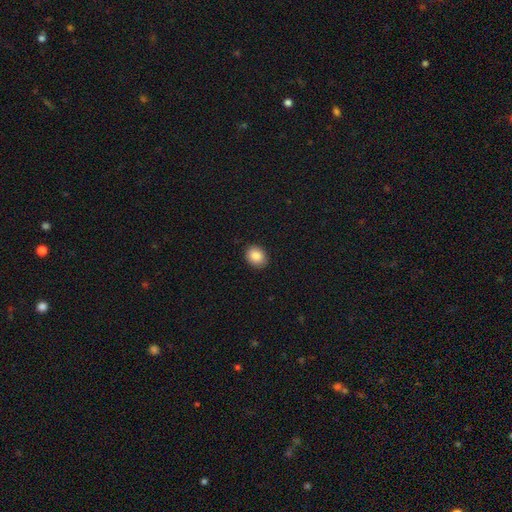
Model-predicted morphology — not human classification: A smooth galaxy with no disk features (87%) that is in between round and cigar-shaped (52%).

Vote fractions:
- Smooth or featured? smooth: 87% / star or artifact: 8% / featured or disk: 5%
- How rounded? in between: 52% / round: 47% / cigar-shaped: 1%
- Merging? none: 90% / minor disturbance: 7% / major disturbance: 2% / merger: 1%